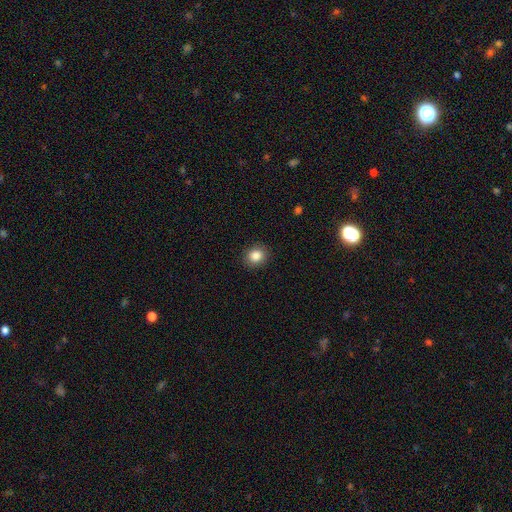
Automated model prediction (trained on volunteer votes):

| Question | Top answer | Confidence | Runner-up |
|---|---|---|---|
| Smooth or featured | smooth | 85% | star or artifact (10%) |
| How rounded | round | 74% | in between (25%) |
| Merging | none | 90% | minor disturbance (7%) |